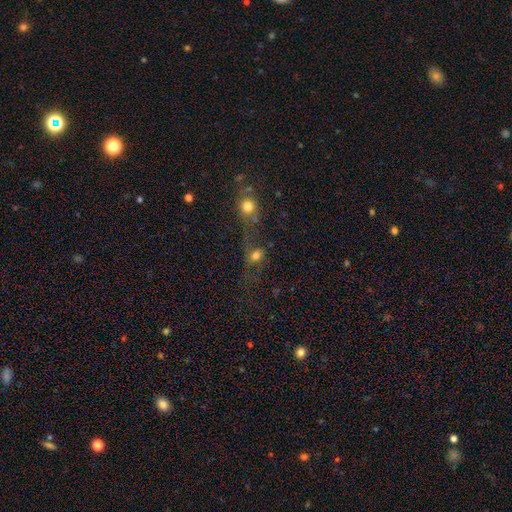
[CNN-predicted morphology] Smooth or featured? Predicted: smooth (p=0.67). How rounded? Predicted: round (p=0.72). Merging? Predicted: merger (p=0.45).